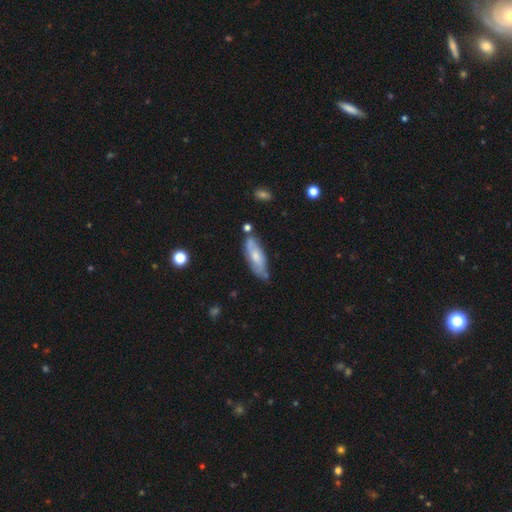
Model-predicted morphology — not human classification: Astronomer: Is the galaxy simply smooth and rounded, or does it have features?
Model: smooth — 51% (runner-up: featured or disk, 43%).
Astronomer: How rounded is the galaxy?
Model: in between — 58% (runner-up: cigar-shaped, 40%).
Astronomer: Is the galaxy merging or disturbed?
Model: none — 64%.